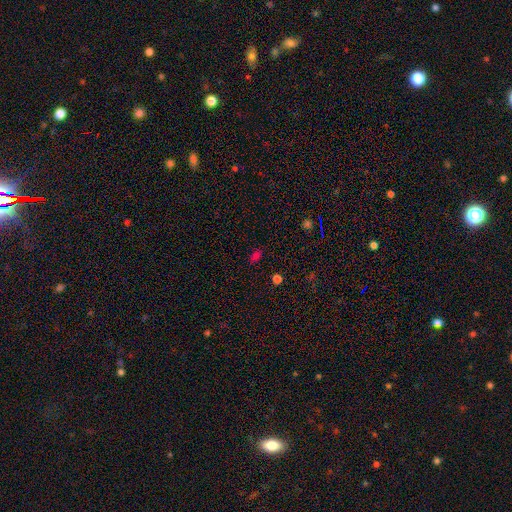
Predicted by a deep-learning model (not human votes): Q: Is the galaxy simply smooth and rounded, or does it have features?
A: smooth — 68%.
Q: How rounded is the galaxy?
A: in between — 80%.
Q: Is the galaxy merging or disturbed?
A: none — 83%.